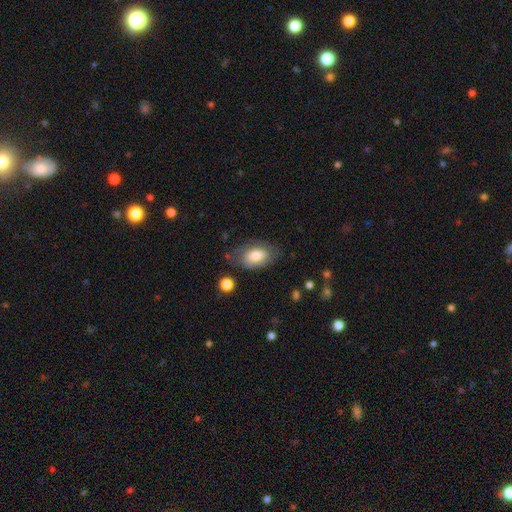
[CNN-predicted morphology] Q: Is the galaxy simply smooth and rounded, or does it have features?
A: smooth — 72%.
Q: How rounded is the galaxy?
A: in between — 91%.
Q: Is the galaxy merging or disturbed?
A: none — 63%.